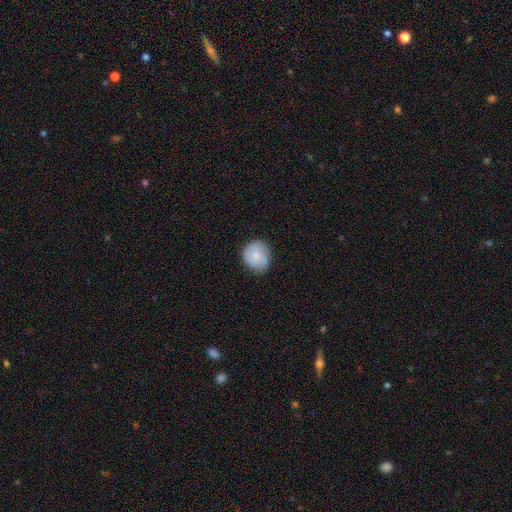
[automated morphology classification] smooth 78%, featured or disk 15%, star or artifact 7%. Down the decision tree: how rounded — round (85%); merging — none (78%).